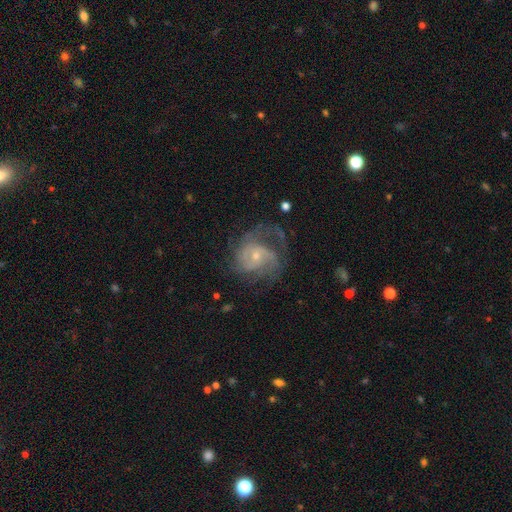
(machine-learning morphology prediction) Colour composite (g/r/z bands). It shows a featured or disk galaxy (81%) with no bar (66%), can't tell (29%, tied with 2) medium (43%) spiral arms (92%) and a small central bulge (64%). Merging: none (53%).